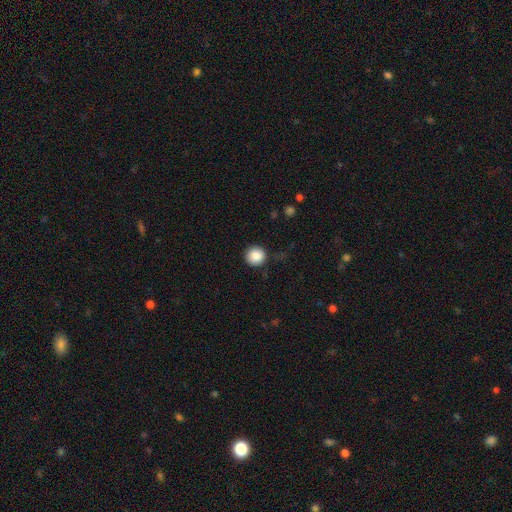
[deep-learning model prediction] smooth 87%, star or artifact 9%, featured or disk 4%. Down the decision tree: how rounded — round (94%); merging — none (87%).